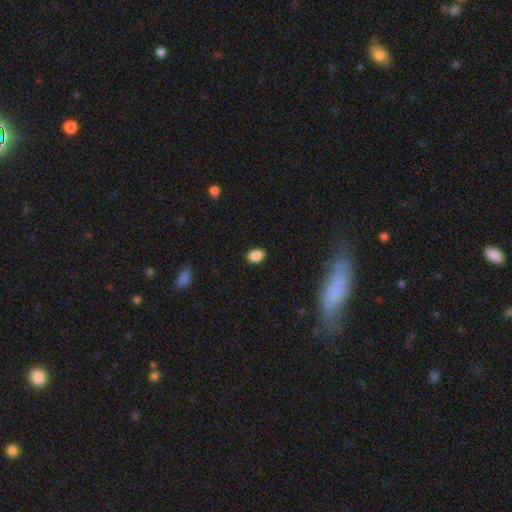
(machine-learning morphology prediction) The model was most divided on "how rounded": in between: 70%, round: 29%, cigar-shaped: 1%. More confident: merging — none (87%); smooth or featured — smooth (87%).